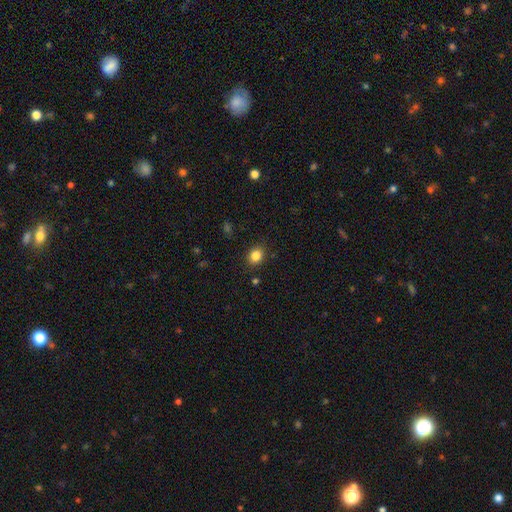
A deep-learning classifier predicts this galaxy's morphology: Q: Smooth or featured?
A: smooth (84%); runner-up: star or artifact (11%)
Q: How rounded?
A: round (55%); runner-up: in between (44%)
Q: Merging?
A: none (88%); runner-up: minor disturbance (8%)